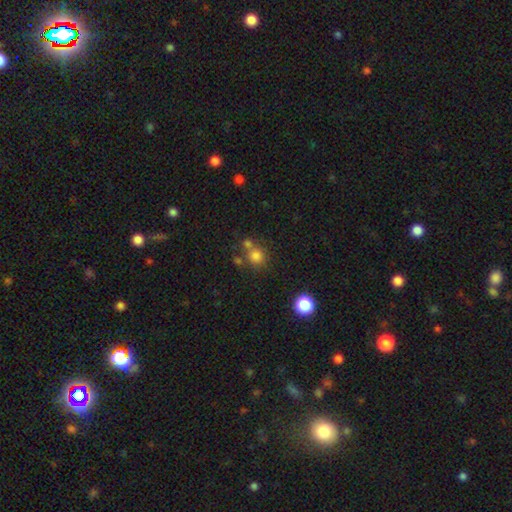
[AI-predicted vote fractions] A smooth galaxy with no disk features (78%) that is round (88%).

Vote fractions:
- Smooth or featured? smooth: 78% / star or artifact: 15% / featured or disk: 7%
- How rounded? round: 88% / in between: 11% / cigar-shaped: 1%
- Merging? none: 63% / merger: 23% / minor disturbance: 9% / major disturbance: 4%